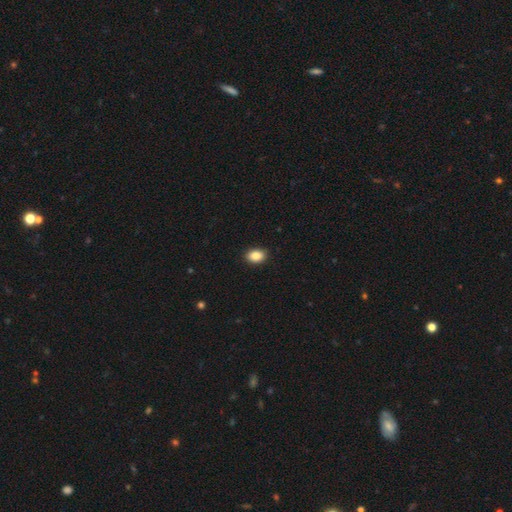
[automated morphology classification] A smooth galaxy with no disk features (88%) that is in between round and cigar-shaped (83%). Merging: none (90%).